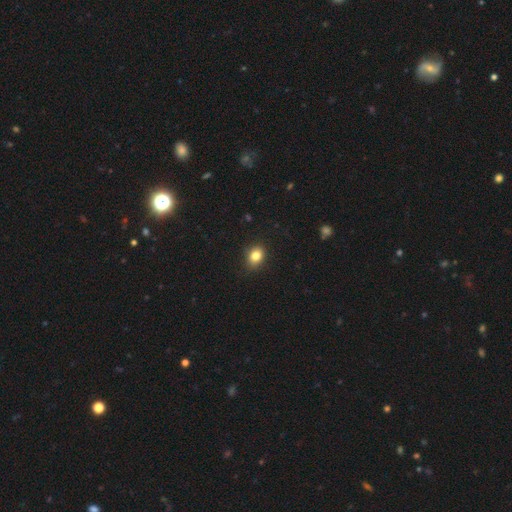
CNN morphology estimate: smooth_or_featured: smooth (p=0.83) [alt: star or artifact p=0.11]
how_rounded: in between (p=0.54) [alt: round p=0.45]
merging: none (p=0.86) [alt: minor disturbance p=0.11]